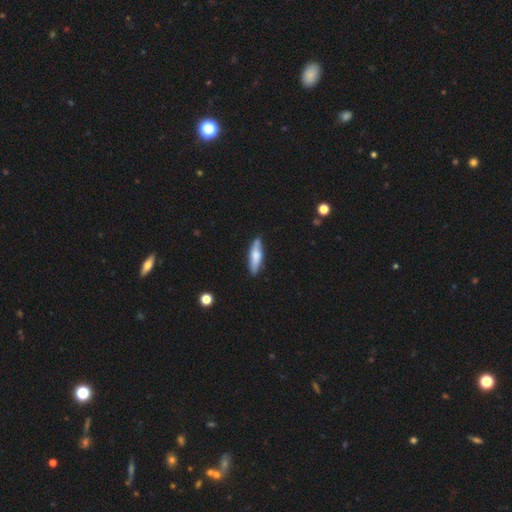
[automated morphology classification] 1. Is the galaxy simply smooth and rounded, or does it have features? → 59% smooth, 35% featured or disk, 6% star or artifact.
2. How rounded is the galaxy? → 64% cigar-shaped, 34% in between, 2% round.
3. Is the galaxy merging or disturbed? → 79% none, 16% minor disturbance, 3% major disturbance, 2% merger.